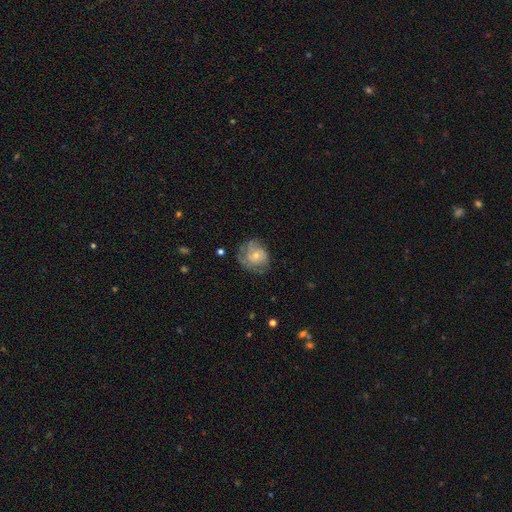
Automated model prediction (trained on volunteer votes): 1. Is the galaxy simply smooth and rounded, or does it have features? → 52% featured or disk, 40% smooth, 8% star or artifact.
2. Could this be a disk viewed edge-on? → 97% no, 3% yes.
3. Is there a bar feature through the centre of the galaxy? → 80% no, 17% weak, 3% strong.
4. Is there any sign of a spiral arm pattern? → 72% yes, 28% no.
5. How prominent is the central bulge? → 61% small, 33% moderate, 3% none, 2% large, 1% dominant.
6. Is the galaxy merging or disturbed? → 56% none, 25% minor disturbance, 17% major disturbance, 2% merger.